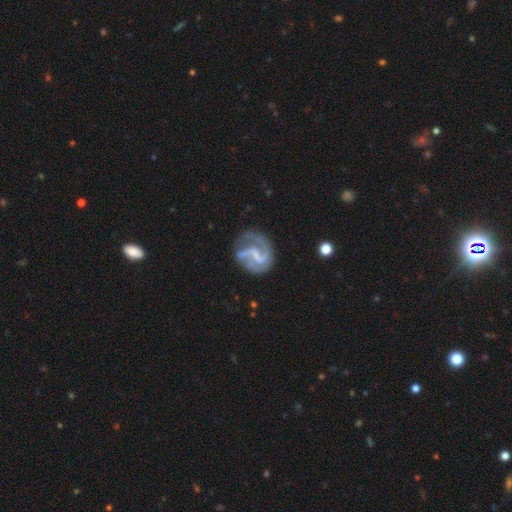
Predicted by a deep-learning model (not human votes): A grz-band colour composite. It shows a featured or disk galaxy (84%) with a weak bar (47%), 2 (60%) medium (46%) spiral arms (93%) and no central bulge (53%). Merging: none (56%).